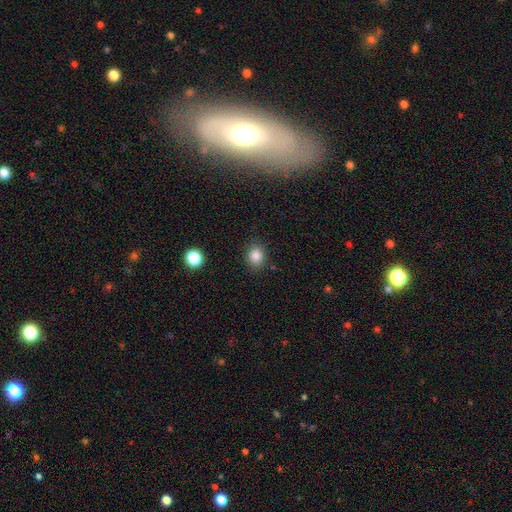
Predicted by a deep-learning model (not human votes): Smooth or featured: smooth — 85% (star or artifact — 10%)
How rounded: round — 63% (in between — 36%)
Merging: none — 85% (minor disturbance — 10%)